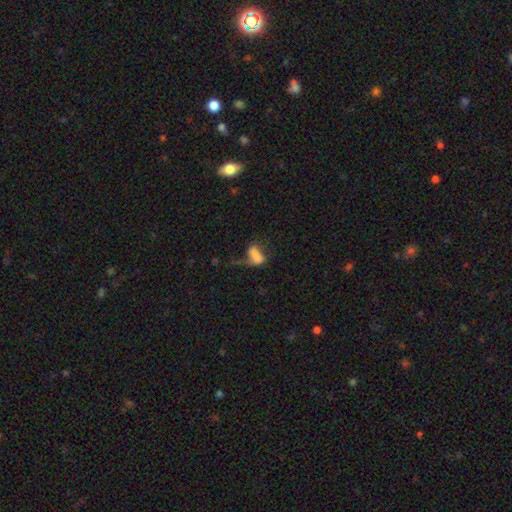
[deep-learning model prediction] Q: Smooth or featured?
A: smooth (65%); runner-up: featured or disk (21%)
Q: How rounded?
A: in between (83%); runner-up: cigar-shaped (10%)
Q: Merging?
A: major disturbance (43%); runner-up: none (24%)